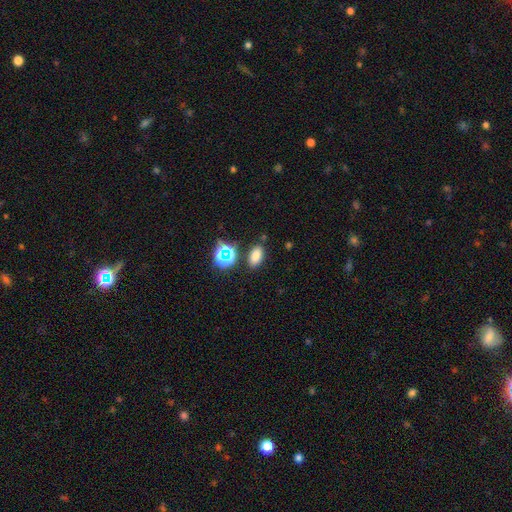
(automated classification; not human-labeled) A smooth galaxy with no disk features (75%) that is in between round and cigar-shaped (86%).

Vote fractions:
- Smooth or featured? smooth: 75% / star or artifact: 18% / featured or disk: 6%
- How rounded? in between: 86% / round: 12% / cigar-shaped: 3%
- Merging? none: 81% / minor disturbance: 11% / merger: 5% / major disturbance: 3%